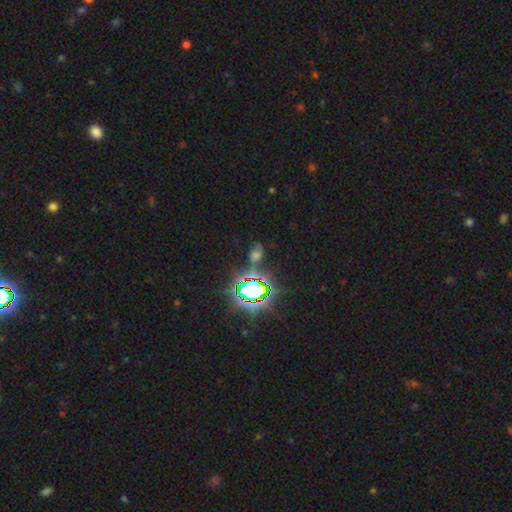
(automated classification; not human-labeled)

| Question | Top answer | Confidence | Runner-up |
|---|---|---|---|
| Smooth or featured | star or artifact | 50% | smooth (34%) |